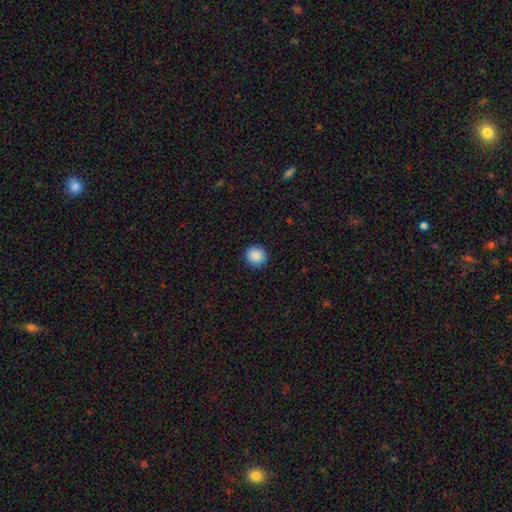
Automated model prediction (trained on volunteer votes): This is clearly a smooth galaxy (89%). How rounded: clearly round (92%). Merging: clearly none (92%).